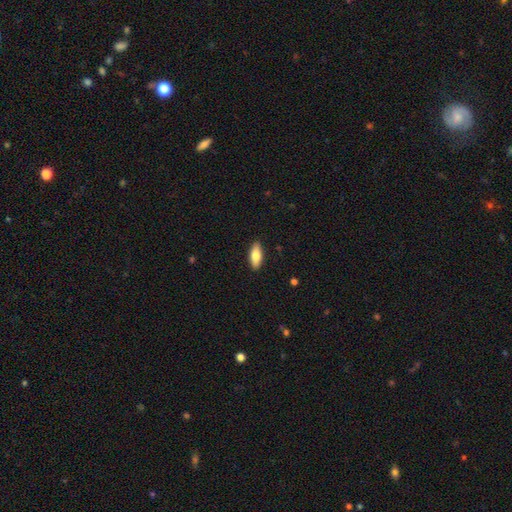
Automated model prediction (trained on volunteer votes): Smooth or featured: smooth — 76% (featured or disk — 18%)
How rounded: in between — 76% (cigar-shaped — 22%)
Merging: none — 89% (minor disturbance — 8%)